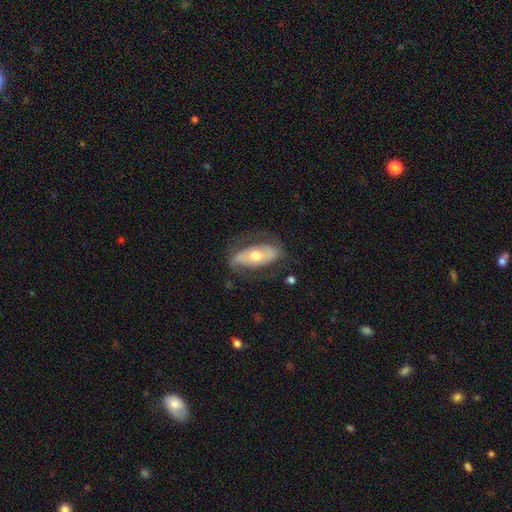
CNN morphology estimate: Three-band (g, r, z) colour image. It shows a featured or disk galaxy (59%) with no bar (57%), spiral arms (54%) and a moderate central bulge (67%). Merging: none (70%).